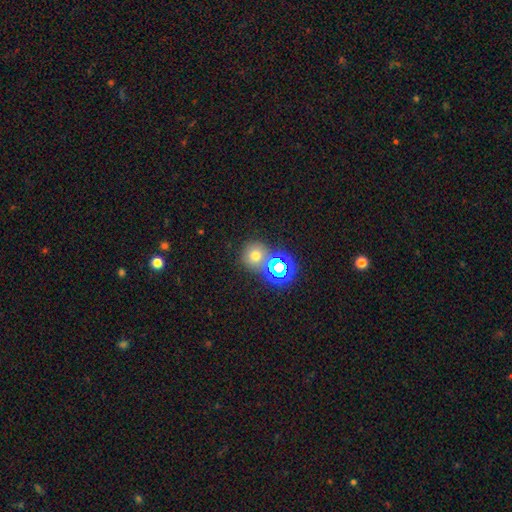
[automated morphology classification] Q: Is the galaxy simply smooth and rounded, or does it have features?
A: smooth — 61%.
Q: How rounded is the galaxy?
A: round — 87%.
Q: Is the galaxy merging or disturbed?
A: none — 65%.